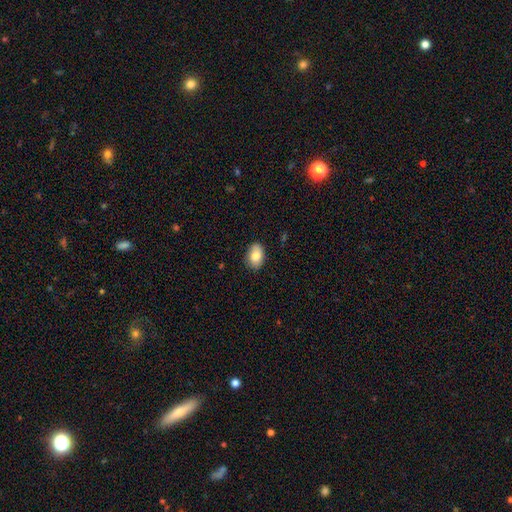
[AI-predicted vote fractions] smooth-or-featured: smooth: 82% | featured or disk: 11% | star or artifact: 7%
  how-rounded: in between: 87% | round: 12% | cigar-shaped: 1%
  merging: none: 84% | minor disturbance: 13% | major disturbance: 2% | merger: 1%